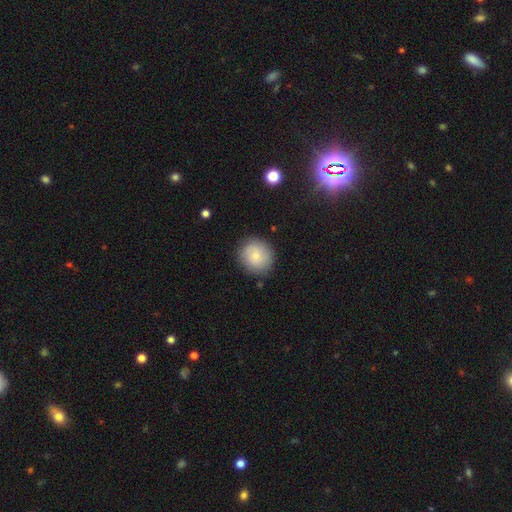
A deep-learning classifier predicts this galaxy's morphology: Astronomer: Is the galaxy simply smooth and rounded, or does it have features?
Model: smooth — 80%.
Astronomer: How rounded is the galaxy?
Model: round — 91%.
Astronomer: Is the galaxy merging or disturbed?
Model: none — 86%.